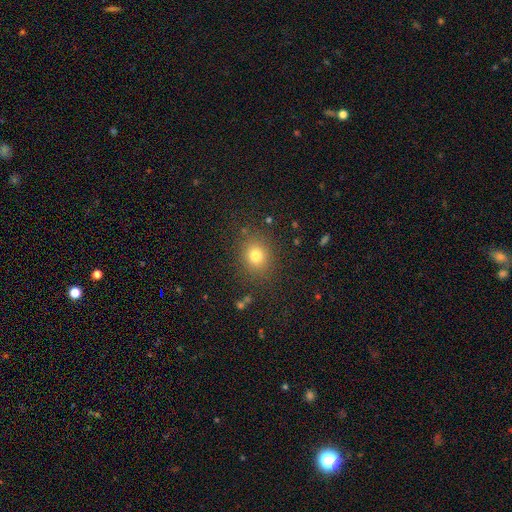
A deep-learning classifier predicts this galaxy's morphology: smooth-or-featured: smooth: 76% | star or artifact: 15% | featured or disk: 9%
  how-rounded: round: 72% | in between: 27% | cigar-shaped: 1%
  merging: none: 85% | minor disturbance: 9% | major disturbance: 4% | merger: 2%